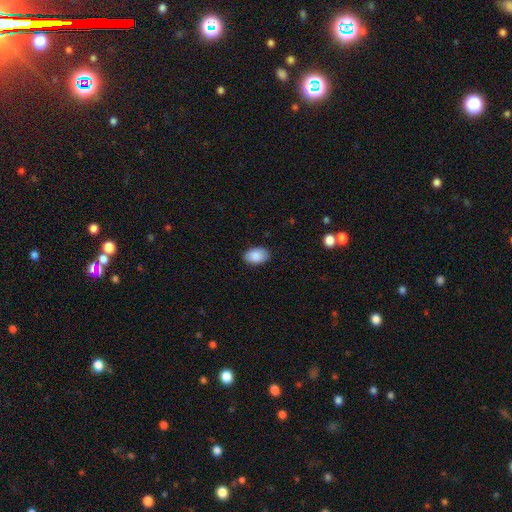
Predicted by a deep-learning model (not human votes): smooth-or-featured: smooth: 87% | star or artifact: 7% | featured or disk: 7%
  how-rounded: in between: 88% | round: 11% | cigar-shaped: 1%
  merging: none: 88% | minor disturbance: 9% | major disturbance: 2% | merger: 1%